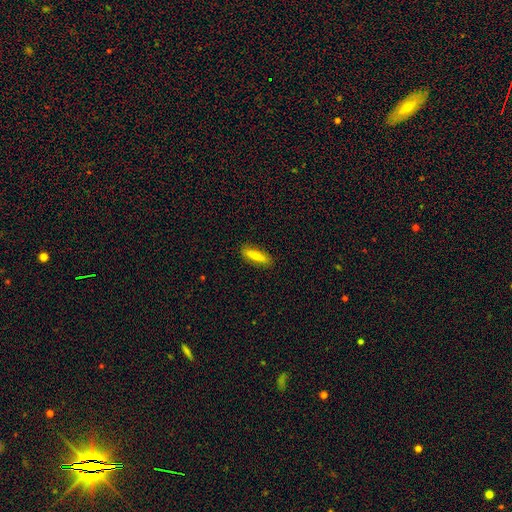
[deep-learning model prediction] This appears to be a smooth galaxy with no disk features (64%) that is cigar-shaped (61%). Merging: none (88%).